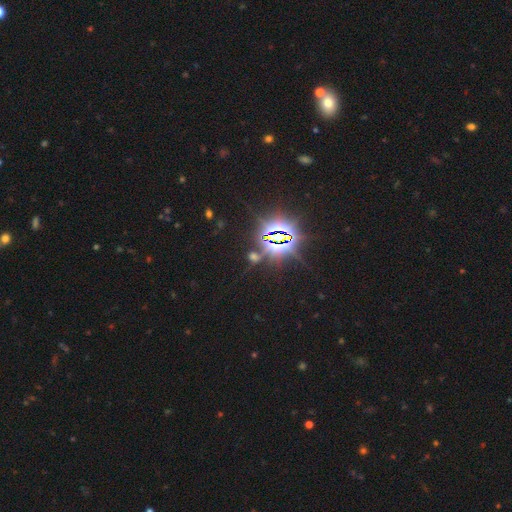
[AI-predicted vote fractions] A star or artifact, not a galaxy (84%).